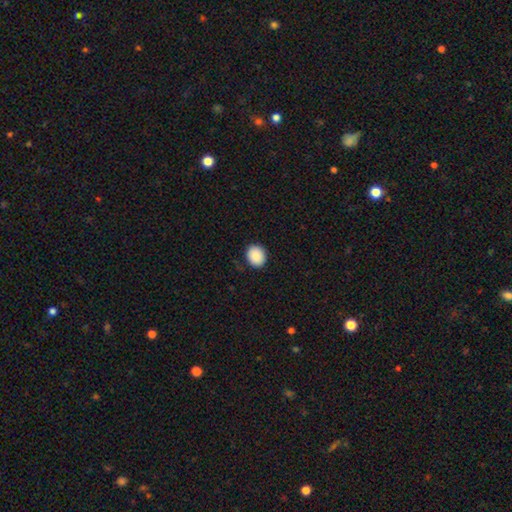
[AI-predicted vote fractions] Q: Smooth or featured?
A: smooth (89%); runner-up: star or artifact (7%)
Q: How rounded?
A: round (66%); runner-up: in between (33%)
Q: Merging?
A: none (88%); runner-up: minor disturbance (9%)